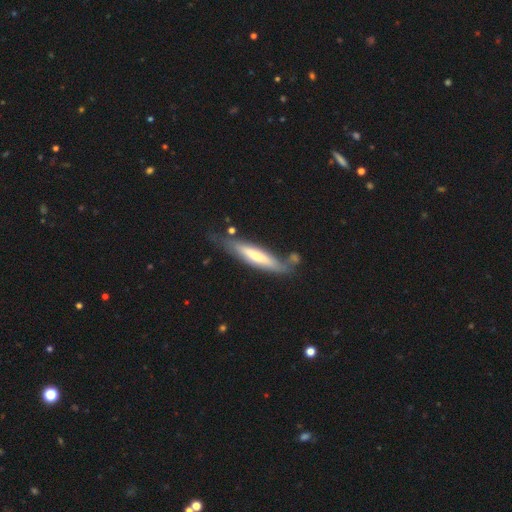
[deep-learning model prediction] Smooth or featured: featured or disk — 53% (smooth — 40%)
Edge-on disk: yes — 76% (no — 24%)
Merging: none — 61% (minor disturbance — 24%)